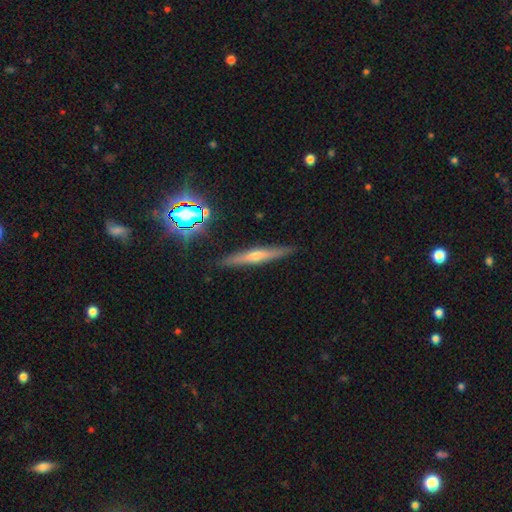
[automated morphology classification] A featured or disk galaxy (57%) viewed edge-on (95%) with a rounded central bulge (74%). Merging: none (89%).